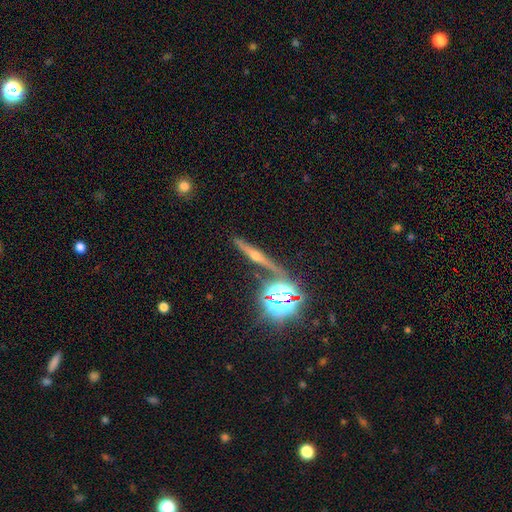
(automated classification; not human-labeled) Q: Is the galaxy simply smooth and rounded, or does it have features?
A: featured or disk — 64%.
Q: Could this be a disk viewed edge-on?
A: yes — 93%.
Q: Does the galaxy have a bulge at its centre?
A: rounded — 92%.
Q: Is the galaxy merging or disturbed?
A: none — 83%.